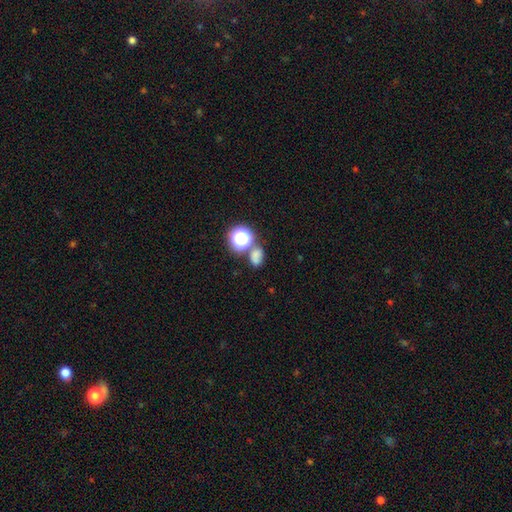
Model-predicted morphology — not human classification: A smooth galaxy with no disk features (66%) that is in between round and cigar-shaped (55%).

Vote fractions:
- Smooth or featured? smooth: 66% / star or artifact: 25% / featured or disk: 9%
- How rounded? in between: 55% / round: 44% / cigar-shaped: 1%
- Merging? none: 56% / merger: 25% / minor disturbance: 13% / major disturbance: 6%